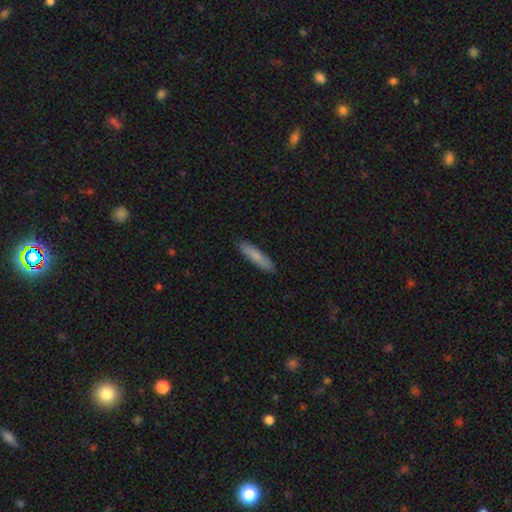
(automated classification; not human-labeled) Smooth or featured? smooth (80%)
How rounded? cigar-shaped (81%)
Merging? none (89%)